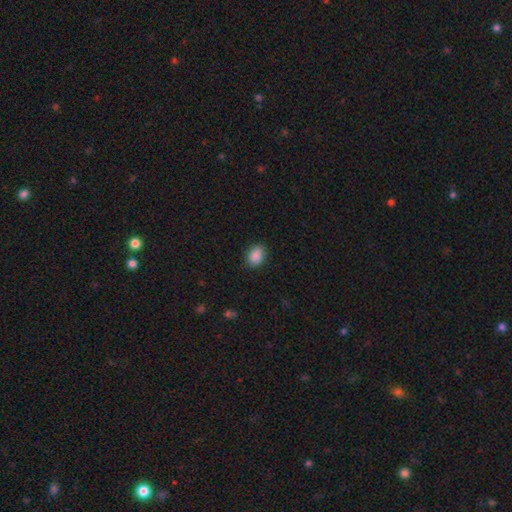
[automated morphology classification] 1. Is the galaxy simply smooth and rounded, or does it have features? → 89% smooth, 8% star or artifact, 3% featured or disk.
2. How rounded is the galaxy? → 76% in between, 23% round, 1% cigar-shaped.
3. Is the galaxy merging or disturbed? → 88% none, 9% minor disturbance, 2% major disturbance, 1% merger.